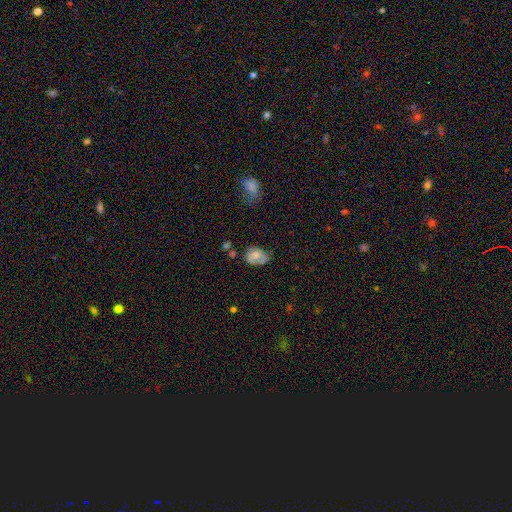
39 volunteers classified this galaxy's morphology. smooth_or_featured: smooth (p=0.67) [alt: featured or disk p=0.28]
how_rounded: in between (p=0.77) [alt: round p=0.23]
merging: none (p=0.49) [alt: minor disturbance p=0.35]